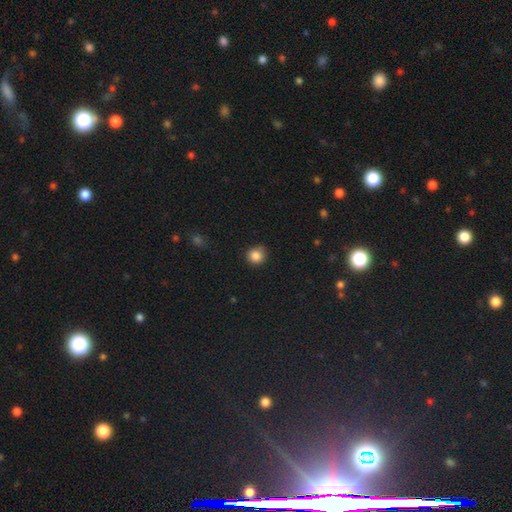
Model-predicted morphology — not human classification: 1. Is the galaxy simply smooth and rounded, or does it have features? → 86% smooth, 11% star or artifact, 4% featured or disk.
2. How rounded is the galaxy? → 90% round, 9% in between, 1% cigar-shaped.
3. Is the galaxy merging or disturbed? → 85% none, 12% minor disturbance, 2% major disturbance, 1% merger.